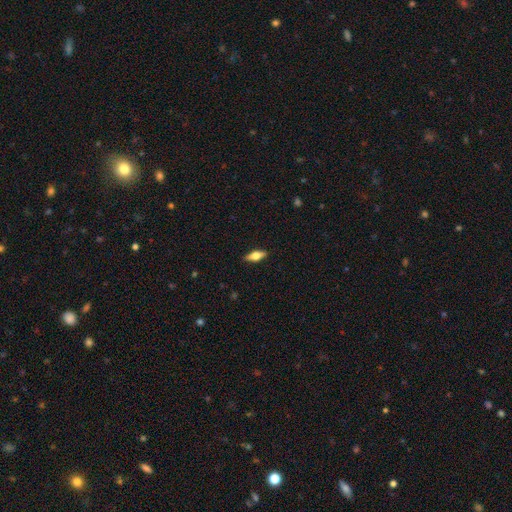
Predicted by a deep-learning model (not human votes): Smooth or featured: smooth — 51% (featured or disk — 42%)
How rounded: in between — 66% (cigar-shaped — 30%)
Merging: none — 89% (minor disturbance — 8%)